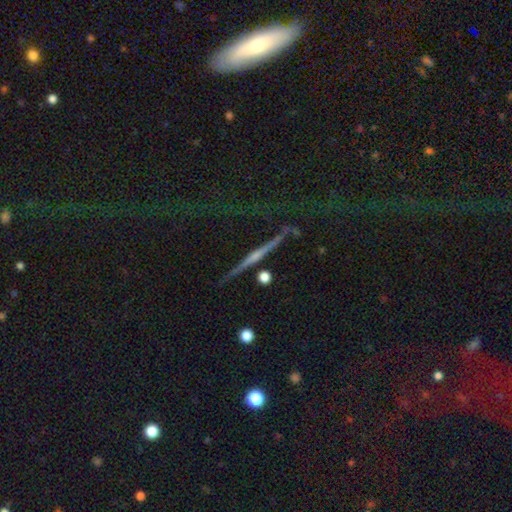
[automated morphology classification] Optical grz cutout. It shows a featured or disk galaxy (74%) viewed edge-on (97%) with a rounded central bulge (63%). Merging: none (83%).